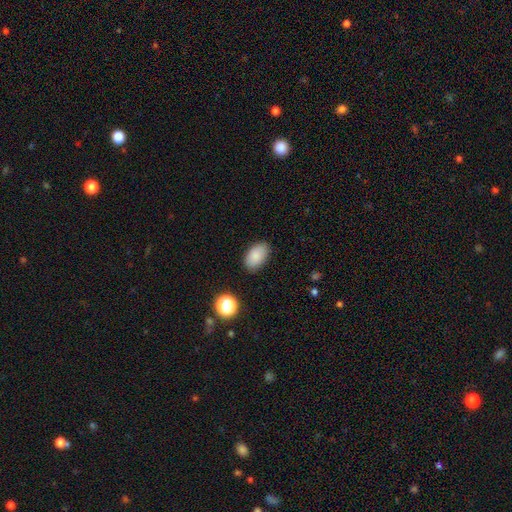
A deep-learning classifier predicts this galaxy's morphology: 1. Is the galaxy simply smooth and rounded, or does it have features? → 86% smooth, 8% star or artifact, 6% featured or disk.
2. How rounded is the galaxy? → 92% in between, 6% round, 1% cigar-shaped.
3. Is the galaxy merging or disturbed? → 85% none, 11% minor disturbance, 3% major disturbance, 1% merger.